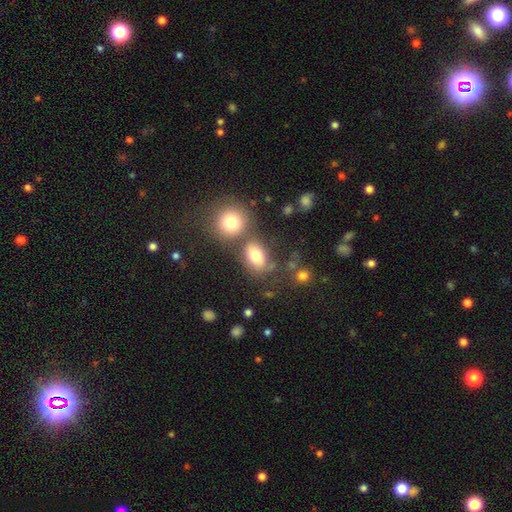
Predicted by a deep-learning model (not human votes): A smooth galaxy with no disk features (76%) that is in between round and cigar-shaped (76%).

Vote fractions:
- Smooth or featured? smooth: 76% / featured or disk: 13% / star or artifact: 11%
- How rounded? in between: 76% / round: 22% / cigar-shaped: 2%
- Merging? none: 50% / merger: 27% / minor disturbance: 15% / major disturbance: 8%